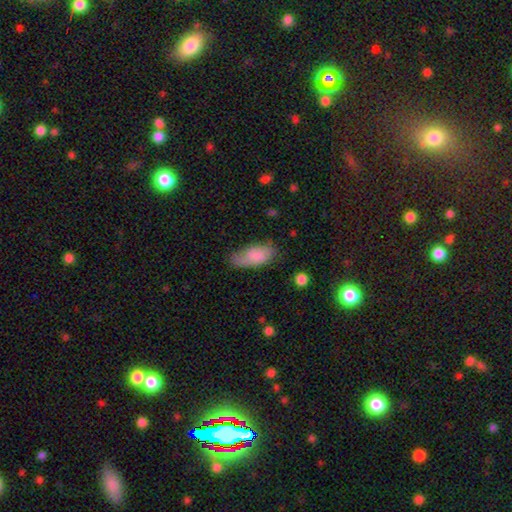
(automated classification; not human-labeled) smooth-or-featured: smooth: 79% | featured or disk: 15% | star or artifact: 7%
  how-rounded: in between: 88% | cigar-shaped: 10% | round: 2%
  merging: none: 57% | minor disturbance: 30% | major disturbance: 10% | merger: 2%